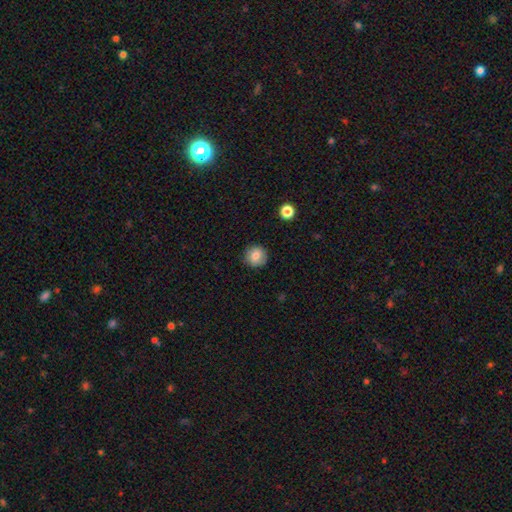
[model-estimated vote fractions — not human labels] smooth_or_featured: smooth (p=0.83) [alt: star or artifact p=0.09]
how_rounded: round (p=0.92) [alt: in between p=0.07]
merging: none (p=0.89) [alt: minor disturbance p=0.08]